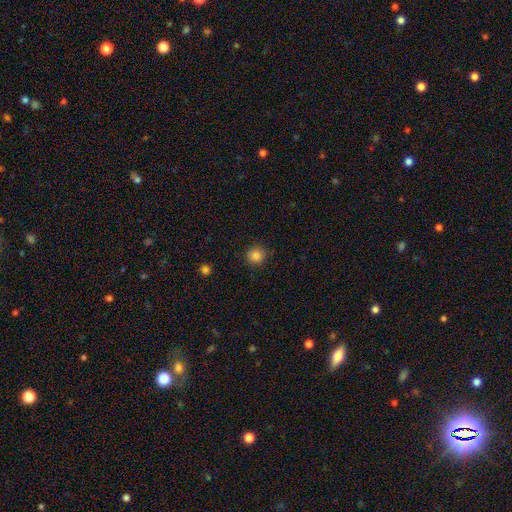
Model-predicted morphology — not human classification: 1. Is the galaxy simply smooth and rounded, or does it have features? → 85% smooth, 11% star or artifact, 4% featured or disk.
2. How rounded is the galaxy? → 92% round, 8% in between, 1% cigar-shaped.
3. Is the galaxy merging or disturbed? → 89% none, 7% minor disturbance, 2% major disturbance, 1% merger.